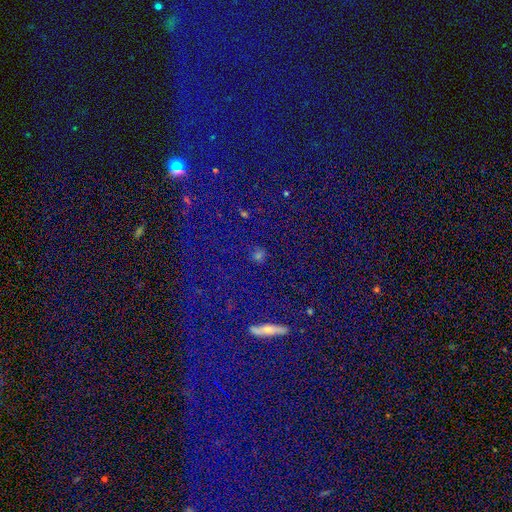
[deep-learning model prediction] smooth-or-featured: star or artifact: 72% | smooth: 17% | featured or disk: 12%